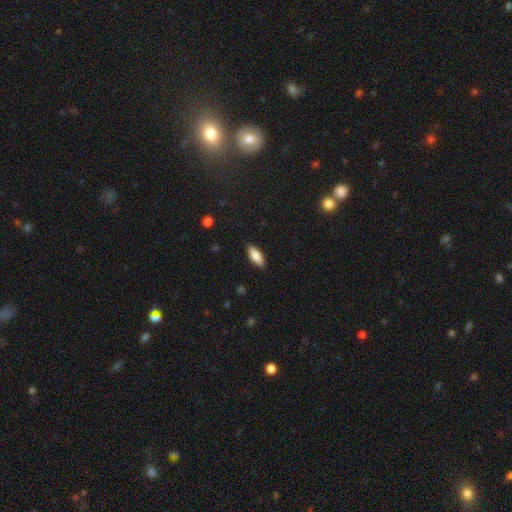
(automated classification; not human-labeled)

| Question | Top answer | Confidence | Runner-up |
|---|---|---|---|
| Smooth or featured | smooth | 79% | featured or disk (14%) |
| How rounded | in between | 70% | cigar-shaped (28%) |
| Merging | none | 87% | minor disturbance (10%) |